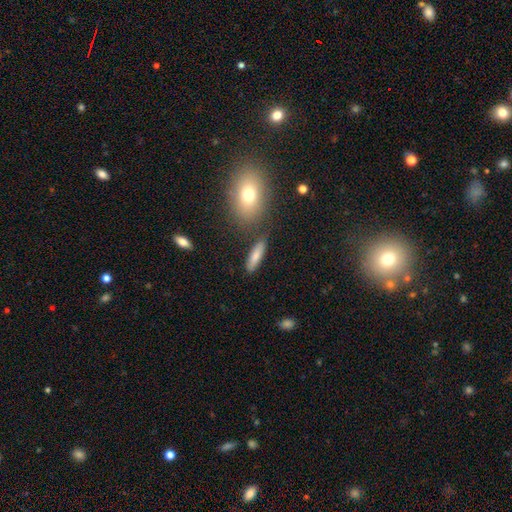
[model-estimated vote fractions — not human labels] Morphology: type=smooth (78%); roundness=cigar-shaped (62%); merging=none (77%).